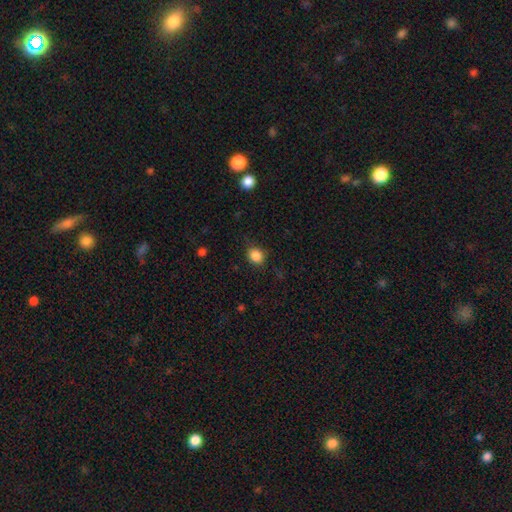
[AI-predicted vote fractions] Smooth or featured: smooth — 86% (star or artifact — 11%)
How rounded: round — 71% (in between — 28%)
Merging: none — 79% (minor disturbance — 16%)